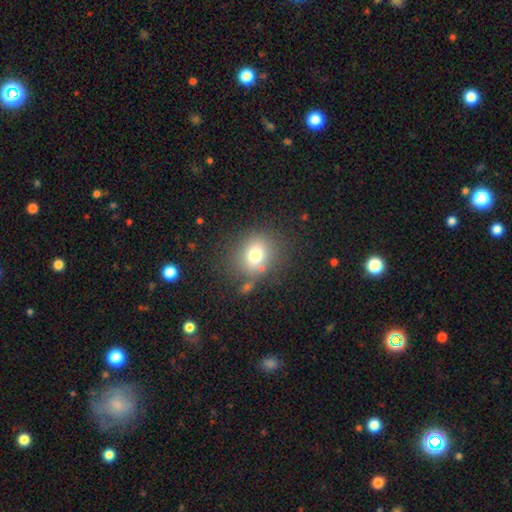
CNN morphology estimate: A smooth galaxy with no disk features (68%) that is round (75%). Merging: none (82%).